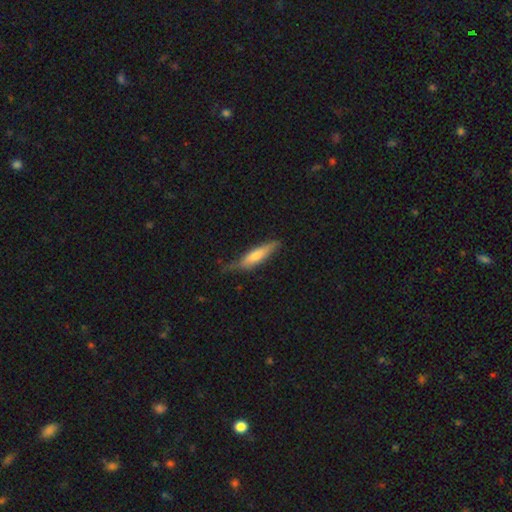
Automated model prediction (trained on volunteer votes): Smooth or featured?
  - smooth: 59% *
  - featured or disk: 36%
  - star or artifact: 6%
How rounded?
  - cigar-shaped: 80% *
  - in between: 19%
  - round: 2%
Merging?
  - none: 61% *
  - minor disturbance: 30%
  - major disturbance: 7%
  - merger: 2%